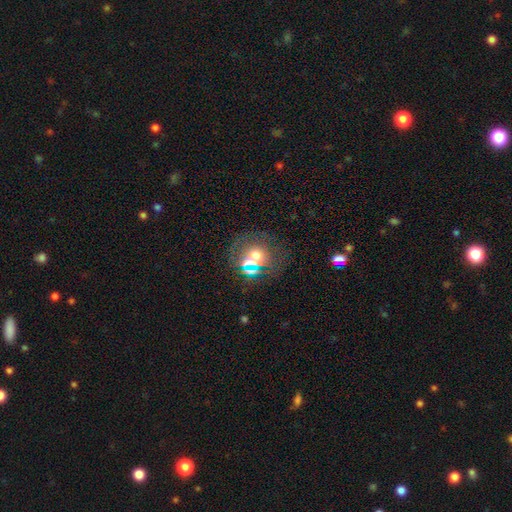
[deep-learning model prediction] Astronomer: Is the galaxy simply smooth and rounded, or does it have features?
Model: smooth — 46% (runner-up: star or artifact, 31%).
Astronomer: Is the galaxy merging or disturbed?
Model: none — 52% (runner-up: merger, 30%).